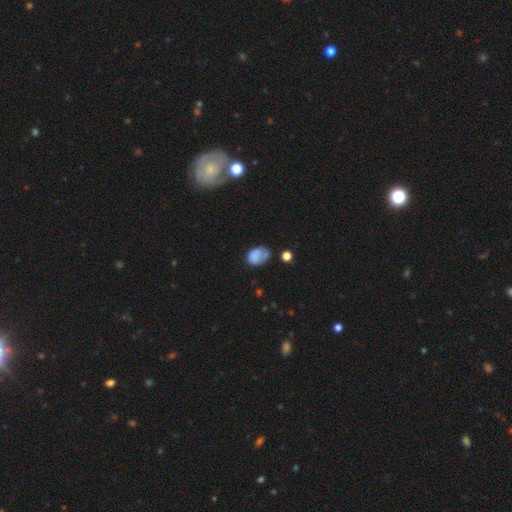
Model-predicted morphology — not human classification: Smooth or featured? smooth (65%)
How rounded? in between (64%)
Merging? none (36%)